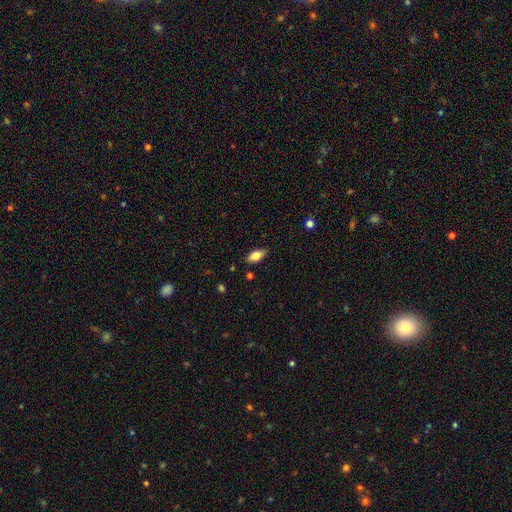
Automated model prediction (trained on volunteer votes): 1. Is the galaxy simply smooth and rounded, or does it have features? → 77% smooth, 16% featured or disk, 7% star or artifact.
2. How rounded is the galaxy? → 88% in between, 9% cigar-shaped, 3% round.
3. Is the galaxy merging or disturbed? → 85% none, 11% minor disturbance, 2% major disturbance, 1% merger.